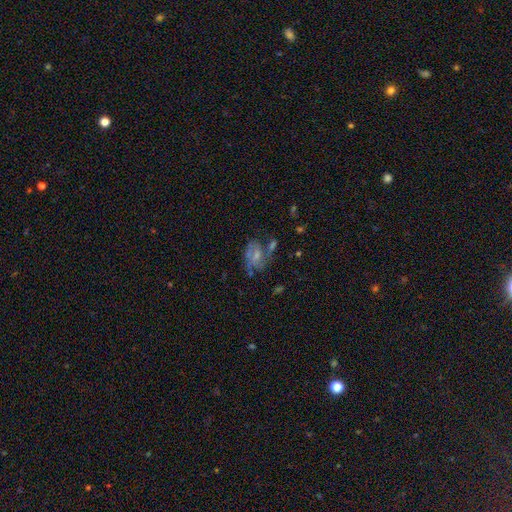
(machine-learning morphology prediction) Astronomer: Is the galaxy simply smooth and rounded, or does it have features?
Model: featured or disk — 48% (runner-up: smooth, 41%).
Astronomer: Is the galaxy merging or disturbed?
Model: none — 38% (runner-up: minor disturbance, 23%).